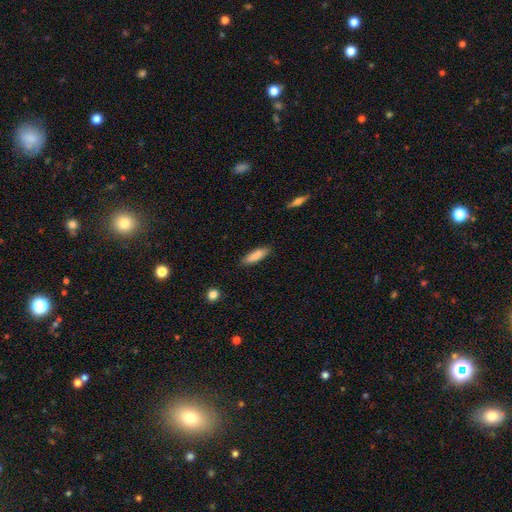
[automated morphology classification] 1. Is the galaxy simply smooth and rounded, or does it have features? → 86% smooth, 8% featured or disk, 6% star or artifact.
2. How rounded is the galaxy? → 56% cigar-shaped, 43% in between, 2% round.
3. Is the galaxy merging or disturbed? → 86% none, 10% minor disturbance, 2% major disturbance, 1% merger.